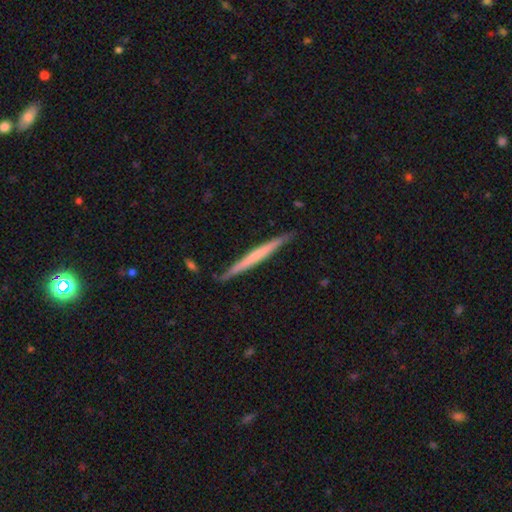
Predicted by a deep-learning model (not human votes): A featured or disk galaxy (52%) viewed edge-on (97%) with no central bulge (72%).

Vote fractions:
- Smooth or featured? featured or disk: 52% / smooth: 42% / star or artifact: 5%
- Edge-on disk? yes: 97% / no: 3%
- Edge-on bulge? none: 72% / rounded: 22% / boxy: 6%
- Merging? none: 88% / minor disturbance: 9% / merger: 1% / major disturbance: 1%